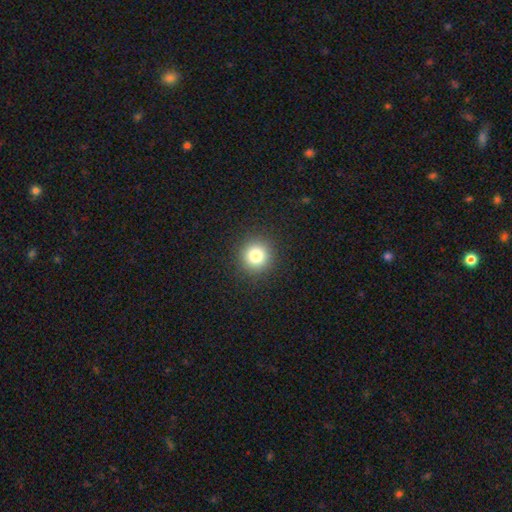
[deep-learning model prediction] smooth_or_featured: smooth (p=0.81) [alt: star or artifact p=0.13]
how_rounded: round (p=0.94) [alt: in between p=0.05]
merging: none (p=0.92) [alt: minor disturbance p=0.05]